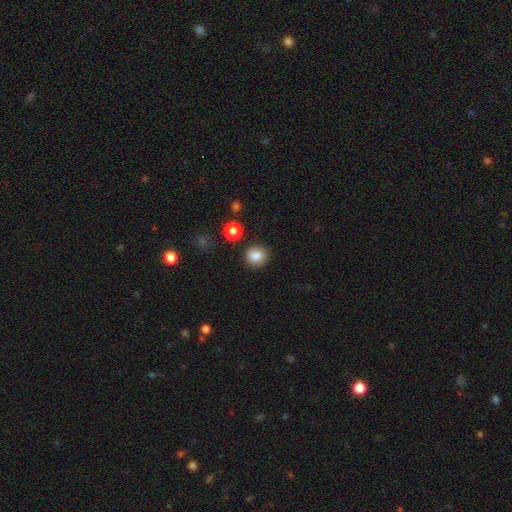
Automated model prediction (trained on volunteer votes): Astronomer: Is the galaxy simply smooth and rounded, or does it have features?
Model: smooth — 85%.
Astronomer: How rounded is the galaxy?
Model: round — 86%.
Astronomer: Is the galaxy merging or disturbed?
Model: none — 88%.